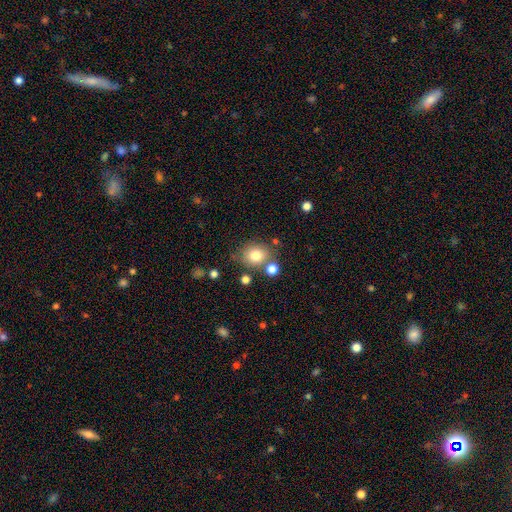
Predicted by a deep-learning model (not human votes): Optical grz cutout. It shows a smooth galaxy with no disk features (79%) that is round (67%). Merging: none (70%).